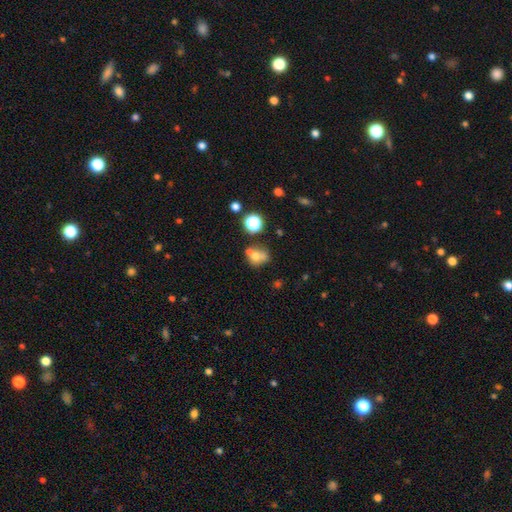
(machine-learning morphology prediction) A smooth galaxy with no disk features (65%) that is round (62%).

Vote fractions:
- Smooth or featured? smooth: 65% / featured or disk: 18% / star or artifact: 16%
- How rounded? round: 62% / in between: 37% / cigar-shaped: 1%
- Merging? none: 45% / merger: 32% / minor disturbance: 16% / major disturbance: 8%